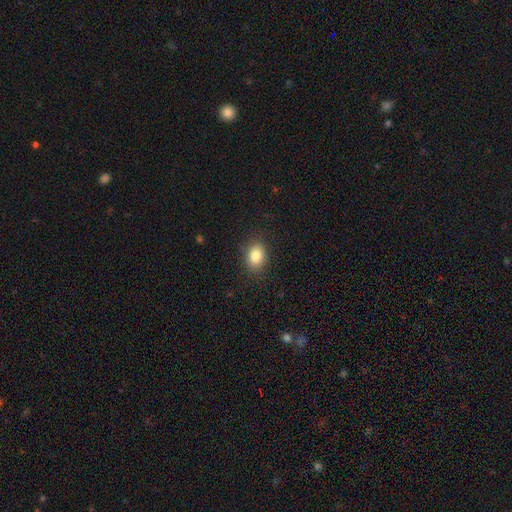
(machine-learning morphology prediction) The model was most divided on "how rounded": in between: 68%, round: 31%, cigar-shaped: 1%. More confident: merging — none (87%); smooth or featured — smooth (83%).